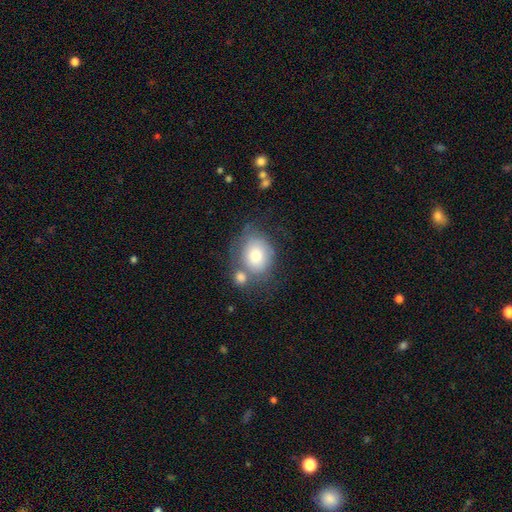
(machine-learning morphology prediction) This appears to be a smooth galaxy with no disk features (71%) that is round (56%). Merging: none (48%).